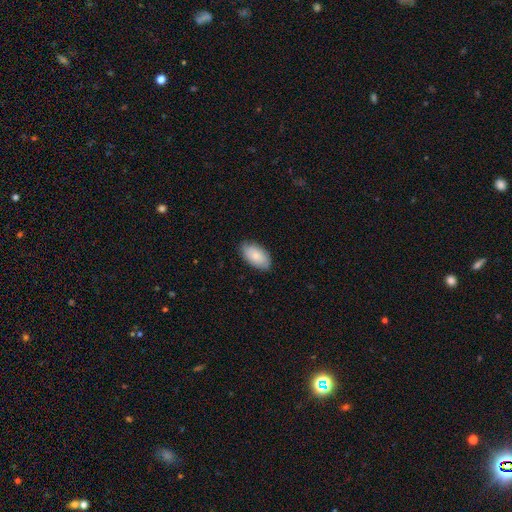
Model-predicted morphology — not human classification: Smooth or featured?
  - smooth: 82% *
  - featured or disk: 12%
  - star or artifact: 6%
How rounded?
  - in between: 95% *
  - round: 3%
  - cigar-shaped: 2%
Merging?
  - none: 83% *
  - minor disturbance: 14%
  - major disturbance: 2%
  - merger: 1%